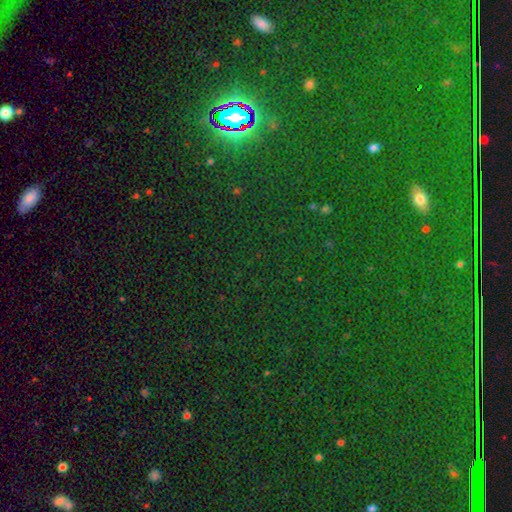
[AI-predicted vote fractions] The model was most divided on "smooth or featured": star or artifact: 84%, smooth: 9%, featured or disk: 7%.